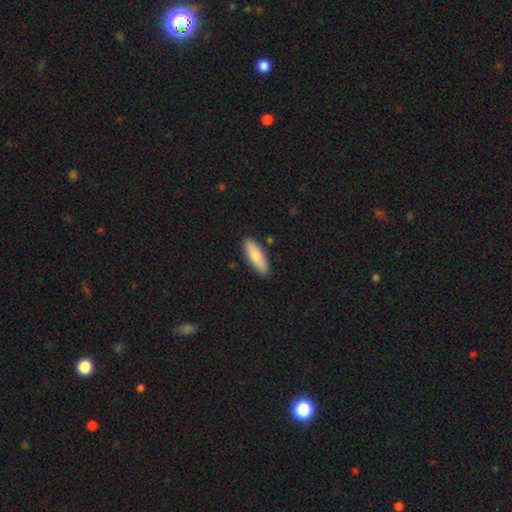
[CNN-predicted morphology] smooth-or-featured: smooth: 80% | featured or disk: 14% | star or artifact: 5%
  how-rounded: in between: 56% | cigar-shaped: 42% | round: 2%
  merging: none: 88% | minor disturbance: 9% | major disturbance: 2% | merger: 2%